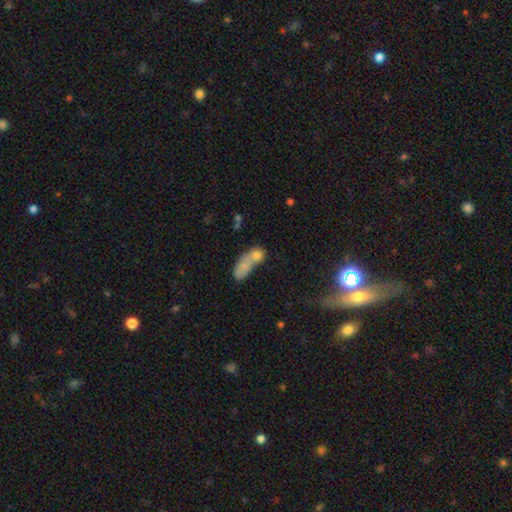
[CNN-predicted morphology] Smooth or featured? Predicted: smooth (p=0.71). How rounded? Predicted: in between (p=0.58). Merging? Predicted: merger (p=0.57).